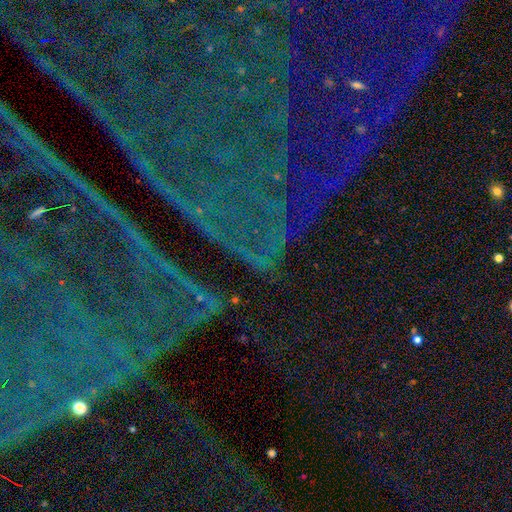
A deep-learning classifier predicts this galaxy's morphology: The model was most divided on "smooth or featured": star or artifact: 84%, featured or disk: 9%, smooth: 7%.